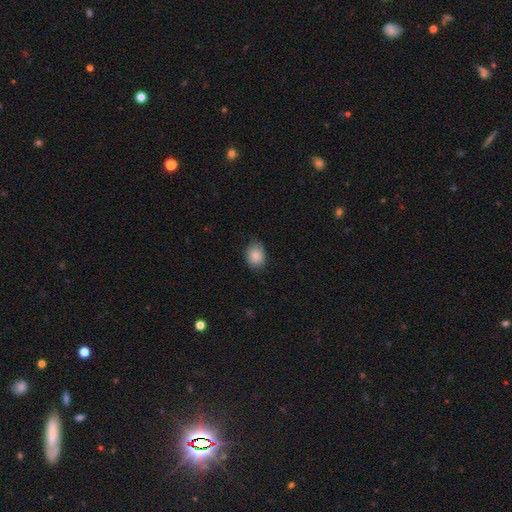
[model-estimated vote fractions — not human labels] Smooth or featured?
  - smooth: 87% *
  - star or artifact: 8%
  - featured or disk: 6%
How rounded?
  - in between: 63% *
  - round: 36%
  - cigar-shaped: 1%
Merging?
  - none: 78% *
  - minor disturbance: 18%
  - major disturbance: 3%
  - merger: 1%